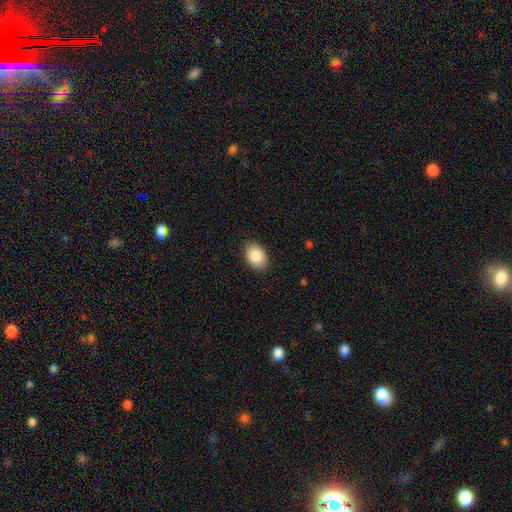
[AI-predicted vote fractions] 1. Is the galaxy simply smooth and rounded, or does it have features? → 88% smooth, 7% star or artifact, 5% featured or disk.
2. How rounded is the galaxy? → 84% in between, 15% round, 1% cigar-shaped.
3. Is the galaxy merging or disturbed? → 88% none, 9% minor disturbance, 2% major disturbance, 1% merger.